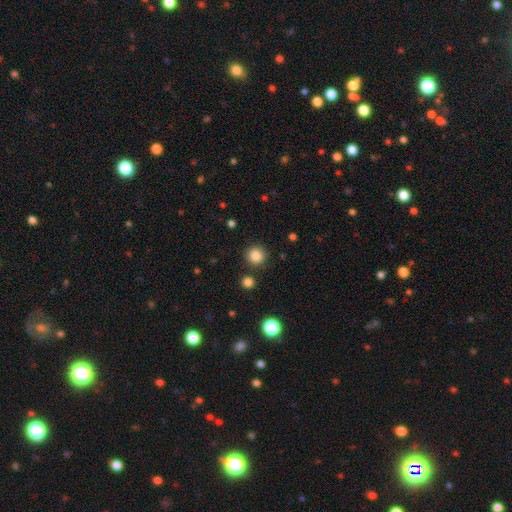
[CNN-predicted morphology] smooth 85%, star or artifact 11%, featured or disk 4%. Down the decision tree: how rounded — round (94%); merging — none (87%).